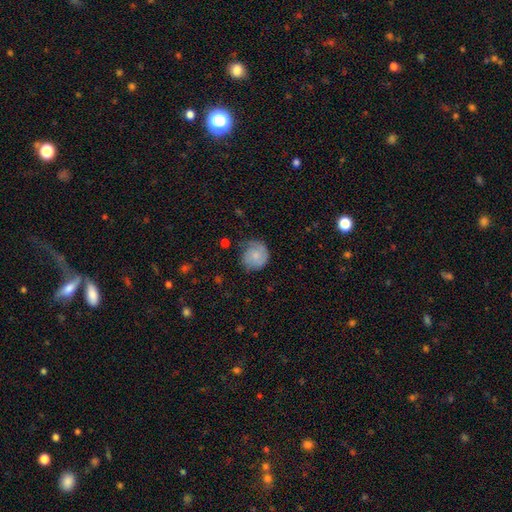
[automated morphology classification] Smooth or featured? smooth (69%)
How rounded? round (89%)
Merging? none (63%)